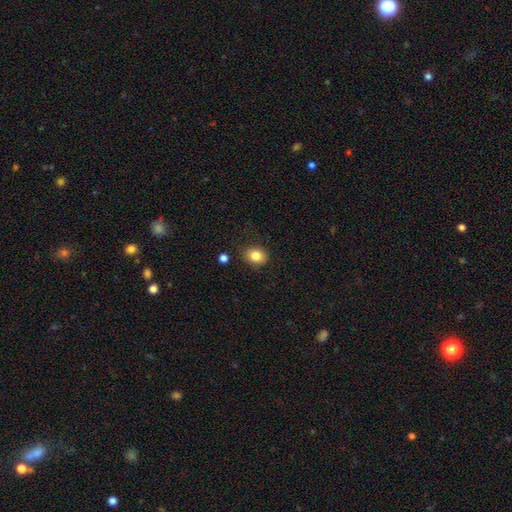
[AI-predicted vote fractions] A smooth galaxy with no disk features (83%) that is round (57%).

Vote fractions:
- Smooth or featured? smooth: 83% / star or artifact: 10% / featured or disk: 7%
- How rounded? round: 57% / in between: 42% / cigar-shaped: 1%
- Merging? none: 81% / minor disturbance: 13% / major disturbance: 3% / merger: 3%